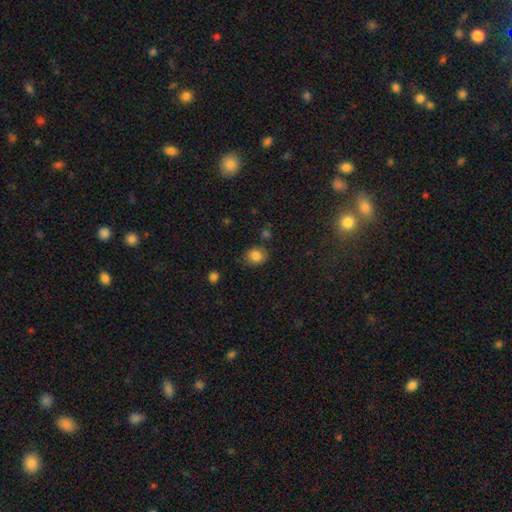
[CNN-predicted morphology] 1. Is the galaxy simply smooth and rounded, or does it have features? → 83% smooth, 10% star or artifact, 7% featured or disk.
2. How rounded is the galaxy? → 65% round, 34% in between, 1% cigar-shaped.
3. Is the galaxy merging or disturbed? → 79% none, 15% minor disturbance, 3% major disturbance, 3% merger.